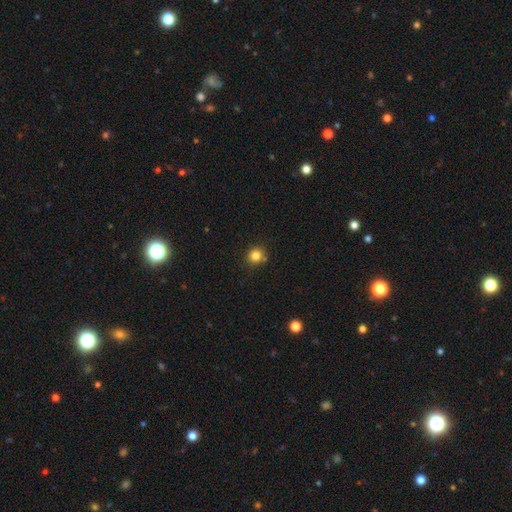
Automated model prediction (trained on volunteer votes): A smooth galaxy with no disk features (82%) that is round (89%).

Vote fractions:
- Smooth or featured? smooth: 82% / star or artifact: 12% / featured or disk: 5%
- How rounded? round: 89% / in between: 10% / cigar-shaped: 1%
- Merging? none: 84% / minor disturbance: 9% / merger: 5% / major disturbance: 2%